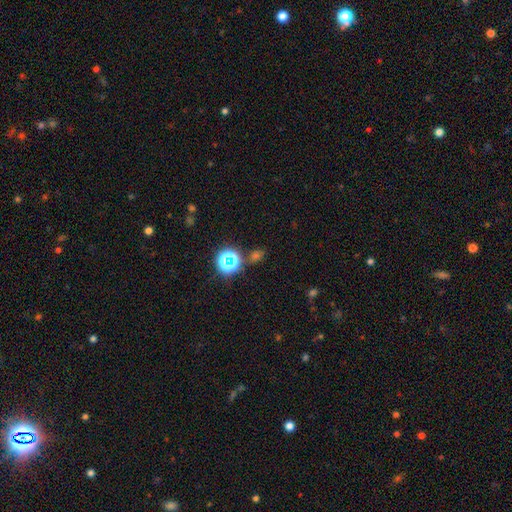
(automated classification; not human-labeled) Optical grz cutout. It shows a star or artifact, not a galaxy (57%).